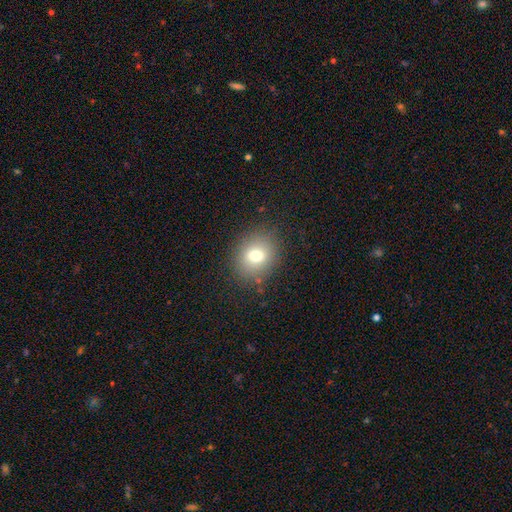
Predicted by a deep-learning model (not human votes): Smooth or featured?
  - smooth: 74% *
  - featured or disk: 13%
  - star or artifact: 13%
How rounded?
  - round: 64% *
  - in between: 35%
  - cigar-shaped: 1%
Merging?
  - none: 84% *
  - minor disturbance: 11%
  - major disturbance: 4%
  - merger: 1%